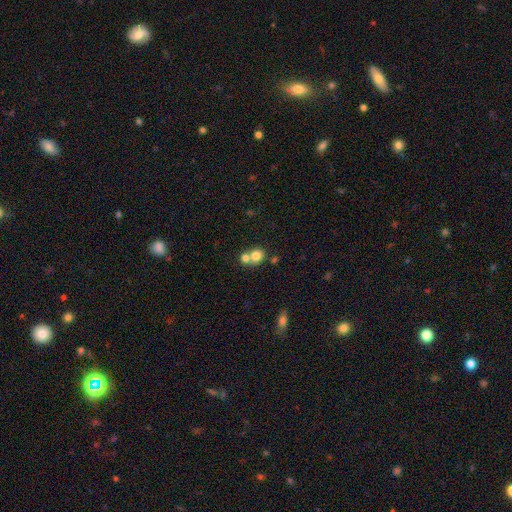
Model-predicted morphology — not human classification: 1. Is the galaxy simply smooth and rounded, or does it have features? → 77% smooth, 13% featured or disk, 10% star or artifact.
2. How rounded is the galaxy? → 72% round, 27% in between, 1% cigar-shaped.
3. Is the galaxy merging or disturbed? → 55% merger, 36% none, 6% minor disturbance, 3% major disturbance.